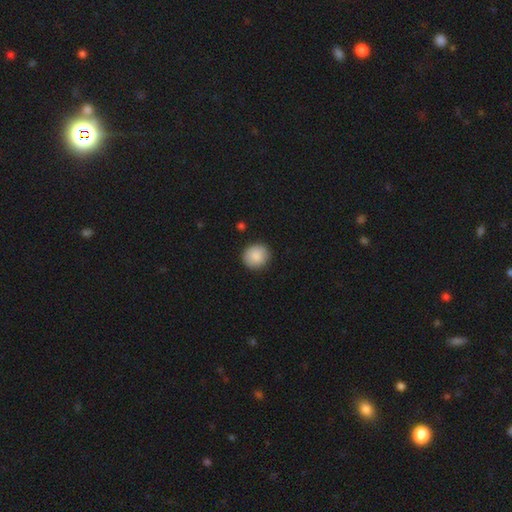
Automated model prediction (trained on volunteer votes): This appears to be a smooth galaxy with no disk features (88%) that is round (87%). Merging: none (88%).